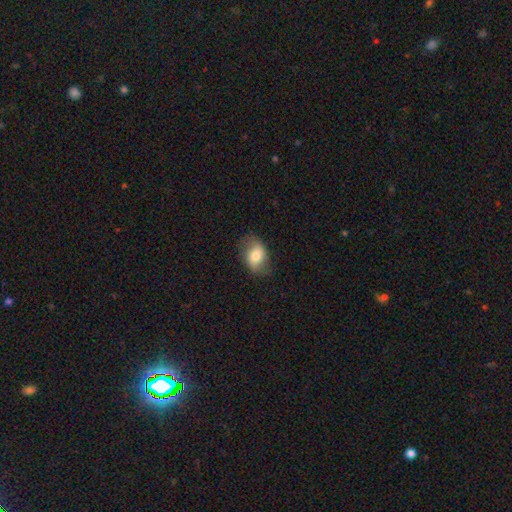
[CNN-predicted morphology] type=smooth (62%); roundness=in between (80%); merging=none (75%).